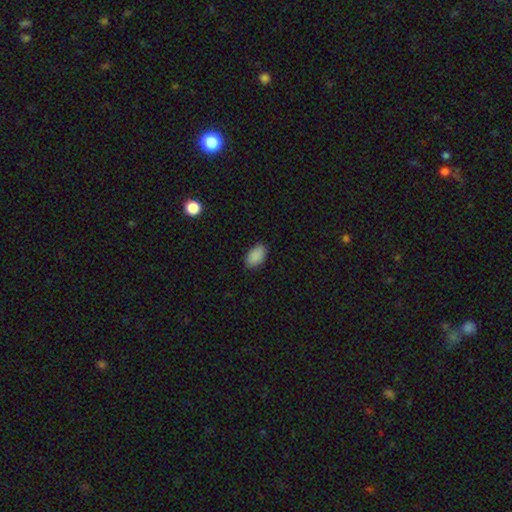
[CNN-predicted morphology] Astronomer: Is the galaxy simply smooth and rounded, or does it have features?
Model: smooth — 89%.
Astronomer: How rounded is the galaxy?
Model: in between — 92%.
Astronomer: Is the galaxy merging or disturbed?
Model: none — 83%.